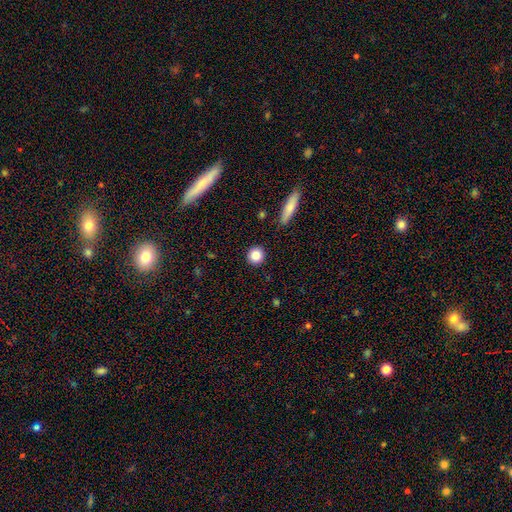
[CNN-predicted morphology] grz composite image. It shows a smooth galaxy with no disk features (85%) that is round (91%). Merging: none (91%).